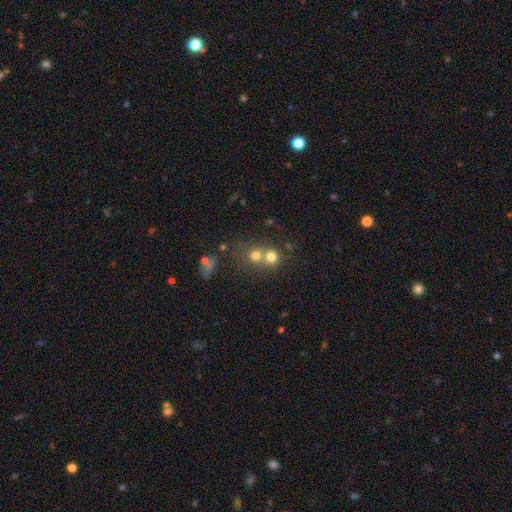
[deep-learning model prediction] Smooth or featured?
  - smooth: 71% *
  - star or artifact: 16%
  - featured or disk: 13%
How rounded?
  - round: 85% *
  - in between: 14%
  - cigar-shaped: 1%
Merging?
  - merger: 51% *
  - none: 40%
  - minor disturbance: 6%
  - major disturbance: 3%